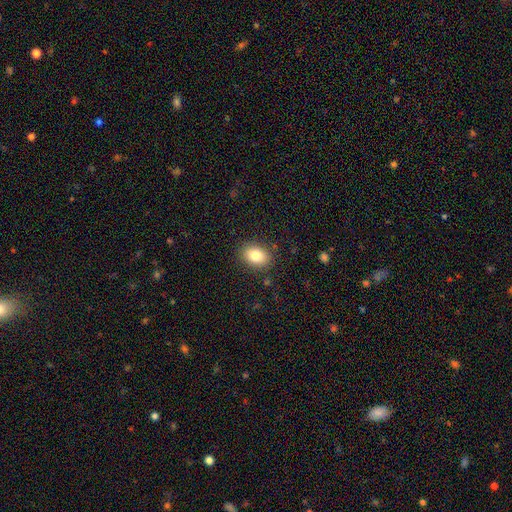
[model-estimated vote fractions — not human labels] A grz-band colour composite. It shows a smooth galaxy with no disk features (81%) that is in between round and cigar-shaped (73%). Merging: none (87%).